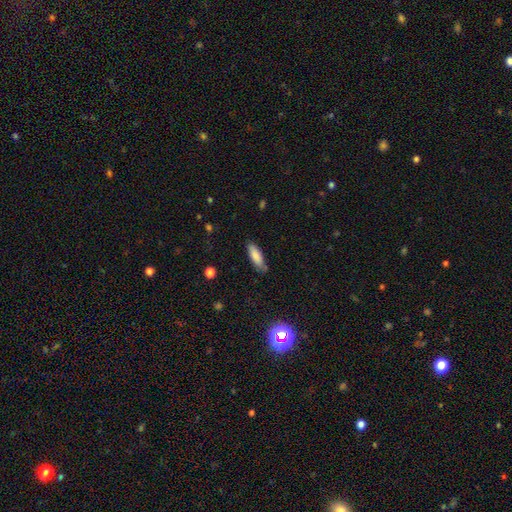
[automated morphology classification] Smooth or featured: smooth — 83% (featured or disk — 11%)
How rounded: in between — 51% (cigar-shaped — 47%)
Merging: none — 80% (minor disturbance — 16%)